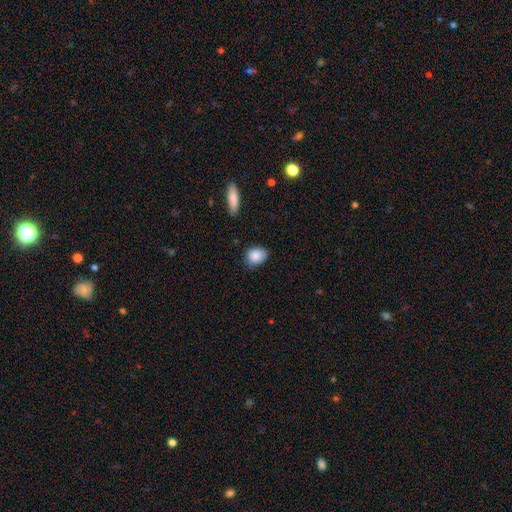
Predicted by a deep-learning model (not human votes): A smooth galaxy with no disk features (87%) that is in between round and cigar-shaped (60%).

Vote fractions:
- Smooth or featured? smooth: 87% / star or artifact: 8% / featured or disk: 6%
- How rounded? in between: 60% / round: 39% / cigar-shaped: 2%
- Merging? none: 75% / minor disturbance: 20% / major disturbance: 3% / merger: 2%